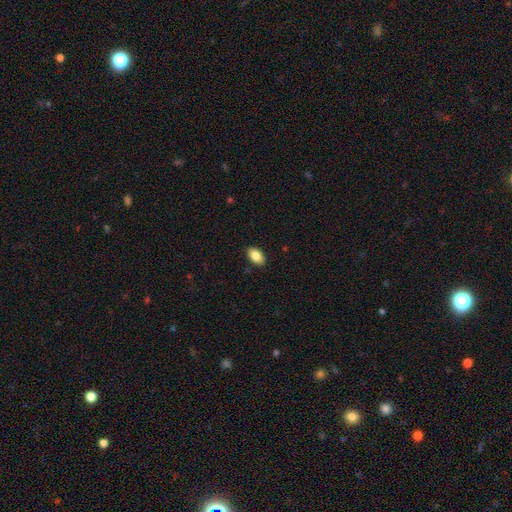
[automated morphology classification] The model was most divided on "smooth or featured": smooth: 86%, star or artifact: 7%, featured or disk: 7%. More confident: how rounded — in between (93%); merging — none (89%).